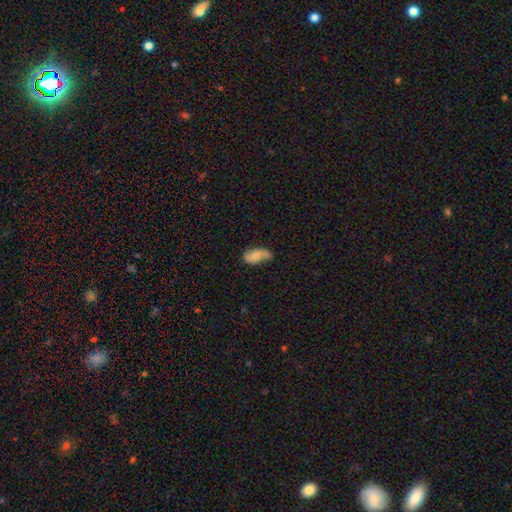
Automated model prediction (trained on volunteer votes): The model was most divided on "merging": none: 45%, minor disturbance: 36%, major disturbance: 16%, merger: 3%. More confident: how rounded — in between (91%); smooth or featured — smooth (54%).